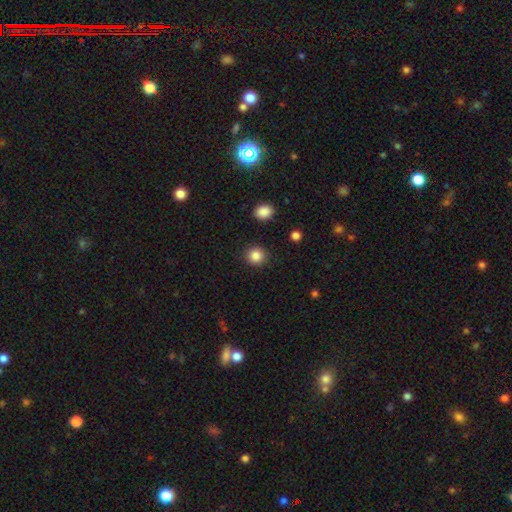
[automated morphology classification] smooth-or-featured: smooth: 85% | star or artifact: 10% | featured or disk: 5%
  how-rounded: round: 88% | in between: 11% | cigar-shaped: 1%
  merging: none: 90% | minor disturbance: 6% | major disturbance: 2% | merger: 2%